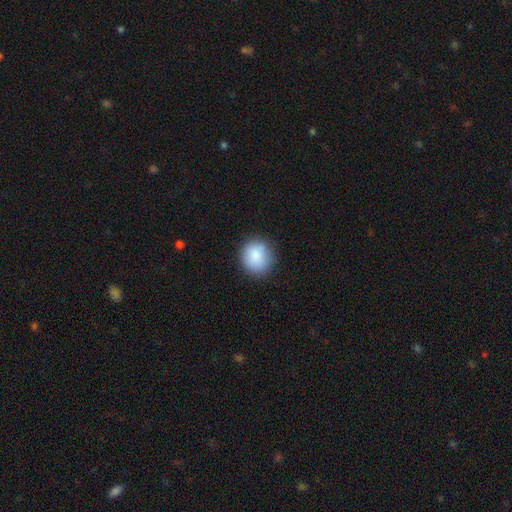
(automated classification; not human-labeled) A smooth galaxy with no disk features (86%) that is round (89%). Merging: none (83%).